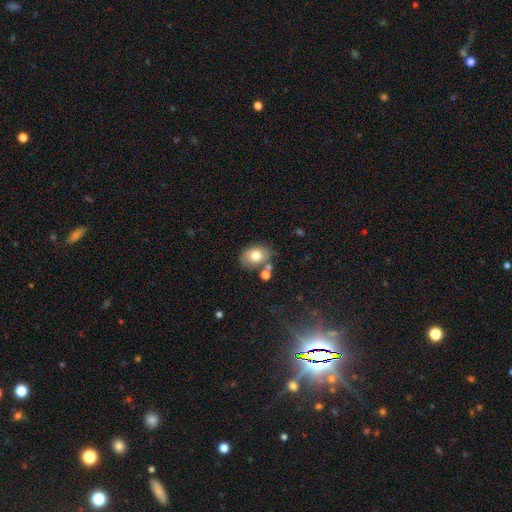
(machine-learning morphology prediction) This appears to be a smooth galaxy with no disk features (75%) that is in between round and cigar-shaped (72%). Merging: none (66%).